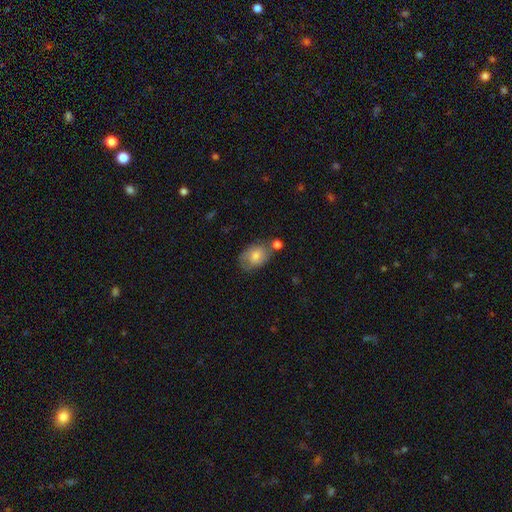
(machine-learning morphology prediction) Smooth or featured? smooth (68%)
How rounded? in between (81%)
Merging? none (55%)